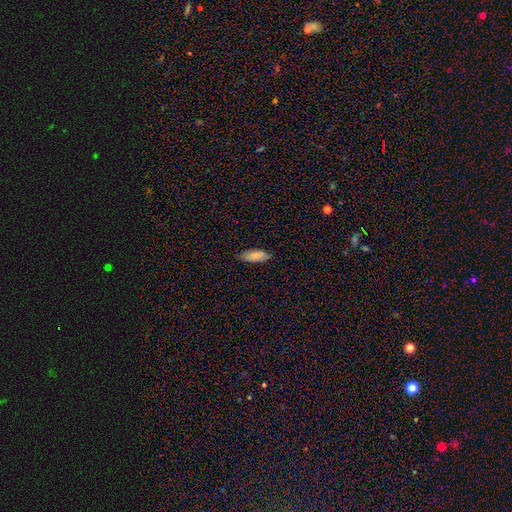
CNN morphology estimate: type=smooth (85%); roundness=in between (80%); merging=none (81%).